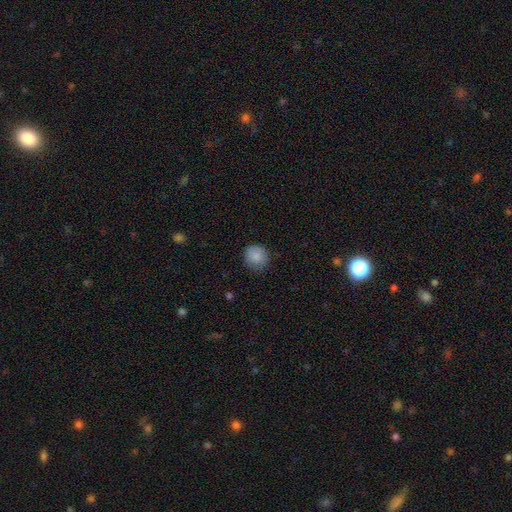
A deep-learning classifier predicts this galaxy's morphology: smooth_or_featured: smooth (p=0.87) [alt: star or artifact p=0.08]
how_rounded: round (p=0.87) [alt: in between p=0.12]
merging: none (p=0.80) [alt: minor disturbance p=0.16]